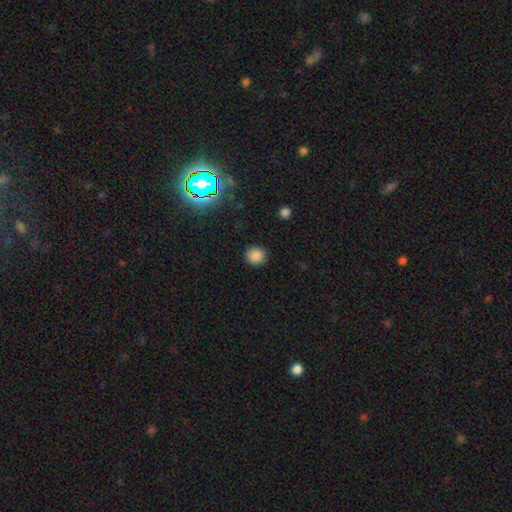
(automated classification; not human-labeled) This is clearly a smooth galaxy (85%). How rounded: clearly round (85%). Merging: clearly none (90%).